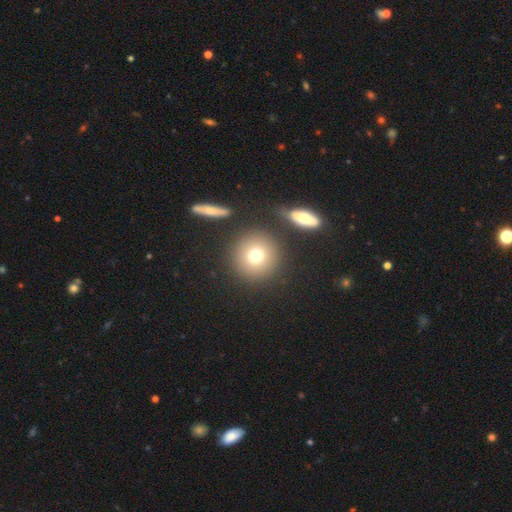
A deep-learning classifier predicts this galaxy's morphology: smooth 74%, featured or disk 14%, star or artifact 12%. Down the decision tree: how rounded — round (91%); merging — none (82%).